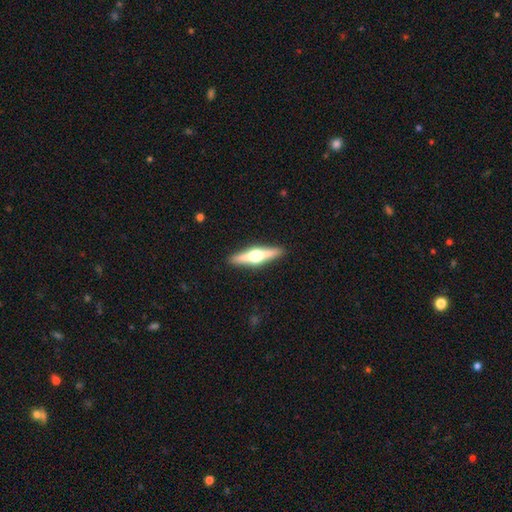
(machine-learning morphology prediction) This appears to be a featured or disk galaxy (71%) viewed edge-on (97%) with a rounded central bulge (96%). Merging: none (92%).